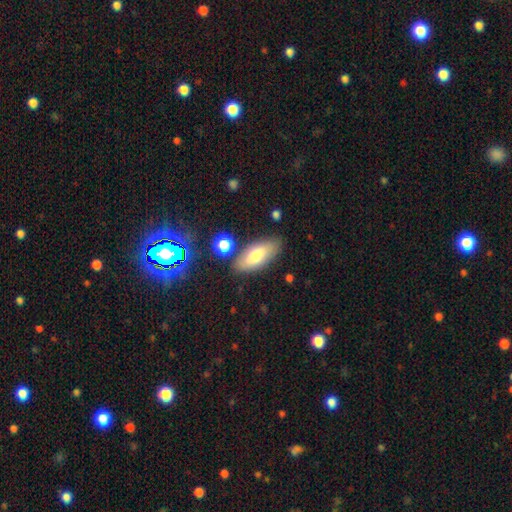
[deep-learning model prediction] Morphology: type=smooth (70%); roundness=in between (81%); merging=none (80%).